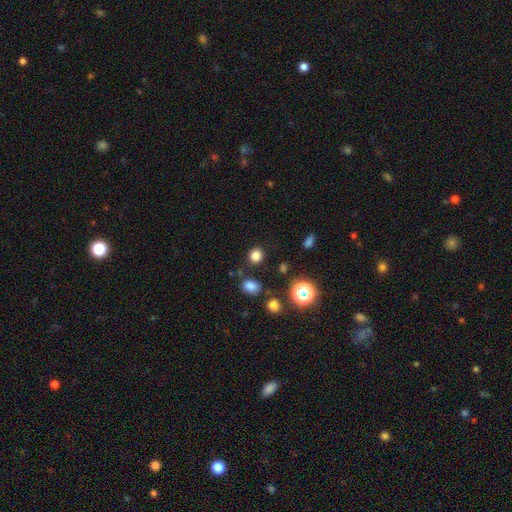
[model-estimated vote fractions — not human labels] A smooth galaxy with no disk features (80%) that is round (80%).

Vote fractions:
- Smooth or featured? smooth: 80% / star or artifact: 16% / featured or disk: 4%
- How rounded? round: 80% / in between: 19% / cigar-shaped: 1%
- Merging? none: 84% / minor disturbance: 8% / merger: 4% / major disturbance: 3%